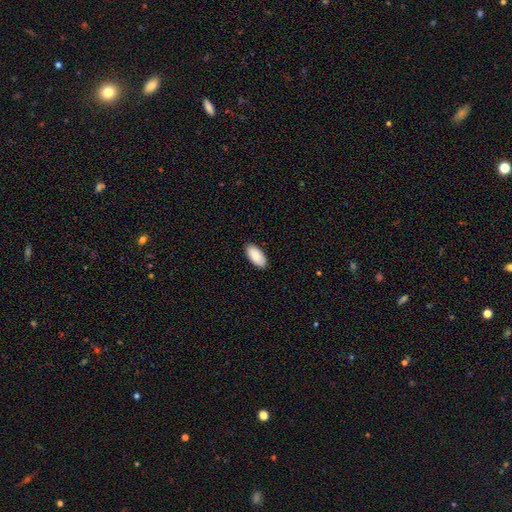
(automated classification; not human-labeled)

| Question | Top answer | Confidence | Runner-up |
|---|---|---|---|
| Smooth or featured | smooth | 91% | star or artifact (6%) |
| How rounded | in between | 94% | cigar-shaped (5%) |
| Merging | none | 89% | minor disturbance (8%) |